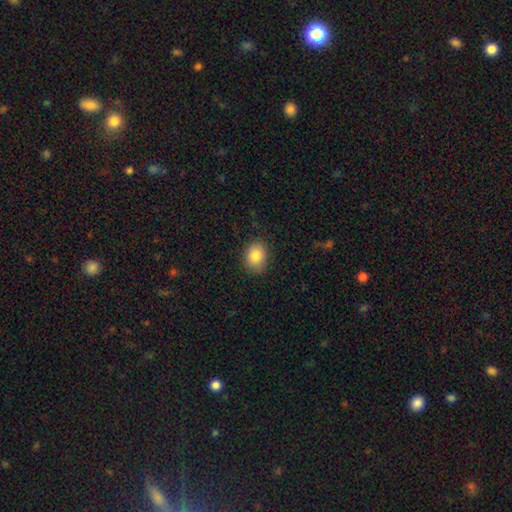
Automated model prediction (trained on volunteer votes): smooth 85%, star or artifact 8%, featured or disk 7%. Down the decision tree: how rounded — in between (51%); merging — none (85%).